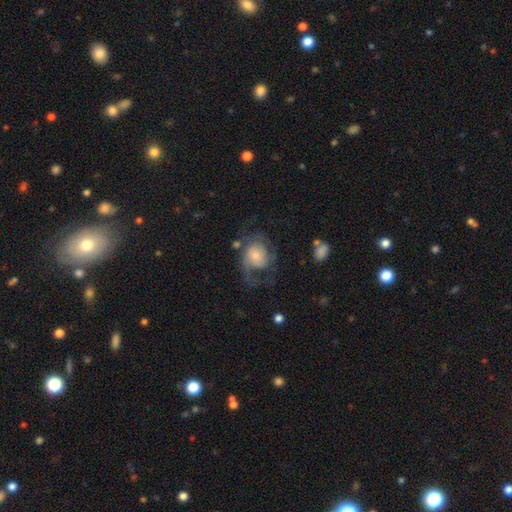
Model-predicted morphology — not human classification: type=featured or disk (65%); edge-on=no (98%); bar=no (72%); spiral arms=yes (87%); winding=loose (42%); arm count=2 (40%); bulge=small (43%); merging=major disturbance (39%).